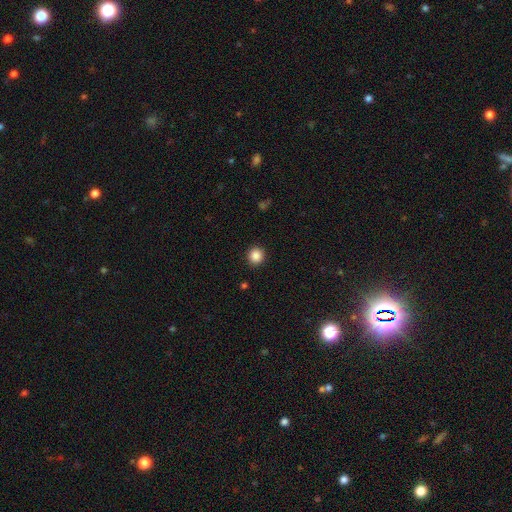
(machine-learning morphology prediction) Smooth or featured? smooth (86%)
How rounded? round (90%)
Merging? none (92%)